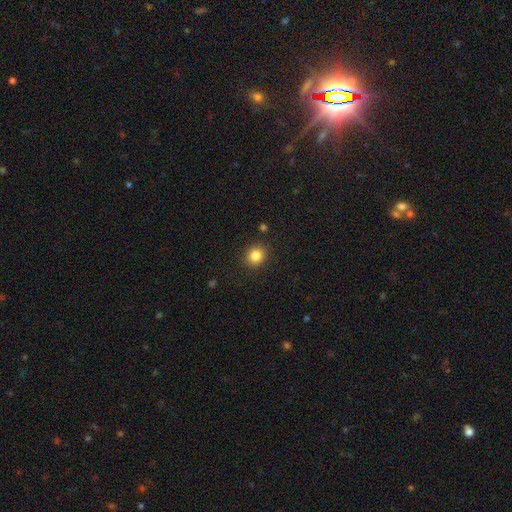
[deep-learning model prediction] Q: Smooth or featured?
A: smooth (84%); runner-up: star or artifact (11%)
Q: How rounded?
A: round (84%); runner-up: in between (15%)
Q: Merging?
A: none (89%); runner-up: minor disturbance (7%)